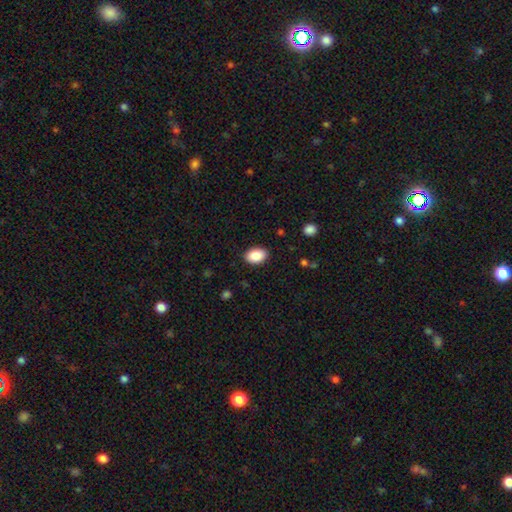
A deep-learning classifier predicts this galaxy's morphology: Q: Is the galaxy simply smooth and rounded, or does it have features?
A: smooth — 89%.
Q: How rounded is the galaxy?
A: in between — 87%.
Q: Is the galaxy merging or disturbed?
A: none — 89%.